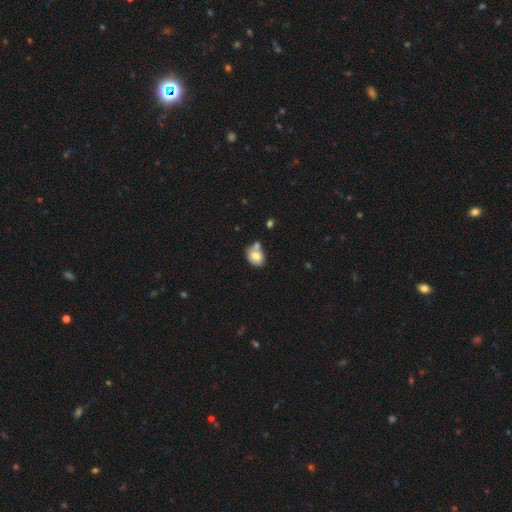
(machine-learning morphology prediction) Q: Smooth or featured?
A: smooth (73%); runner-up: featured or disk (19%)
Q: How rounded?
A: in between (59%); runner-up: round (40%)
Q: Merging?
A: none (42%); runner-up: merger (36%)